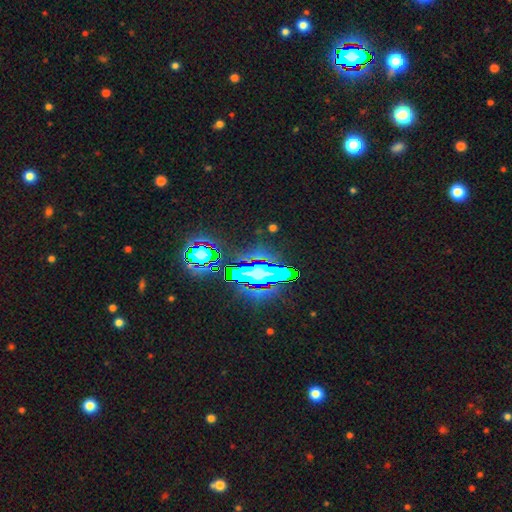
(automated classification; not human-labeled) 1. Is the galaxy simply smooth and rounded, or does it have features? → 64% star or artifact, 21% featured or disk, 15% smooth.